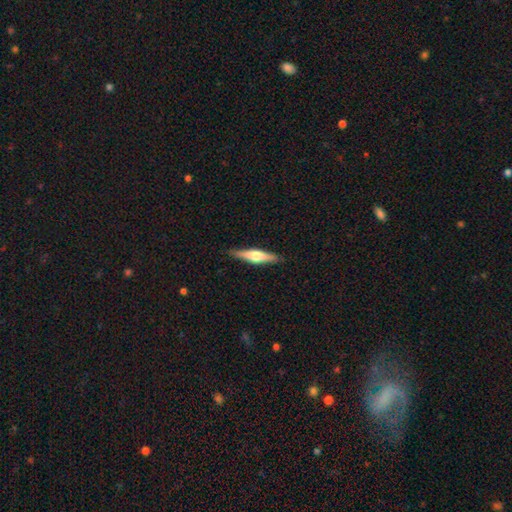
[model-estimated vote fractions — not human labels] Overall: featured or disk (59%; smooth 35%). Edge-on disk: yes (96%). Edge-on bulge: rounded (89%). Merging: none (88%).